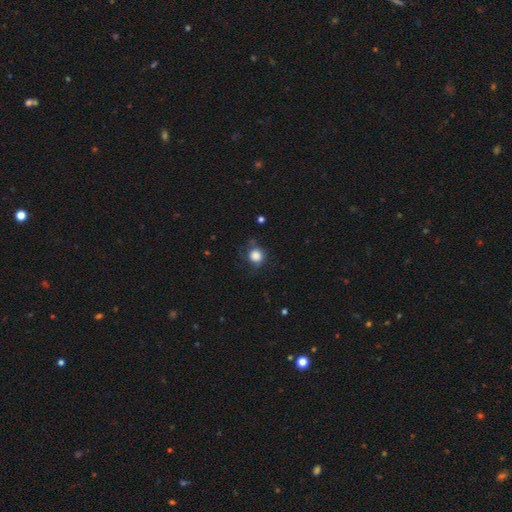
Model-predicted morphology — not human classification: Smooth or featured? Predicted: smooth (p=0.82). How rounded? Predicted: round (p=0.88). Merging? Predicted: none (p=0.65).